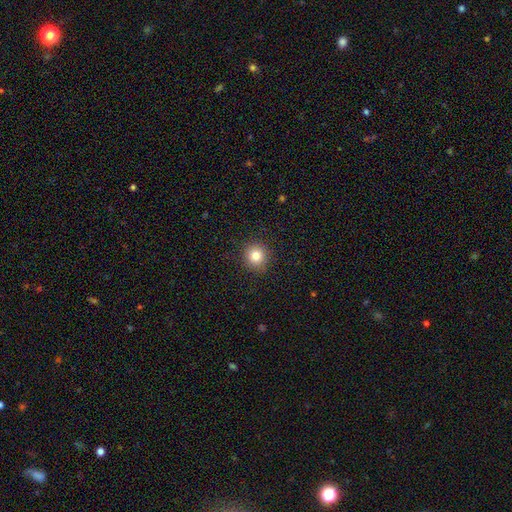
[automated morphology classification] type=smooth (83%); roundness=round (91%); merging=none (91%).